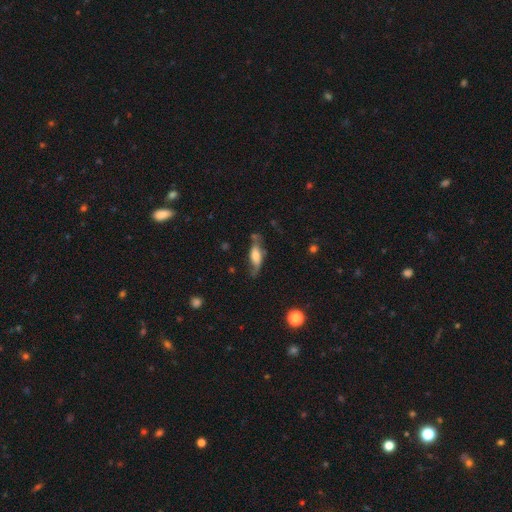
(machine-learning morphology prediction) Smooth or featured? Predicted: smooth (p=0.46, tied with featured or disk). Merging? Predicted: none (p=0.57).